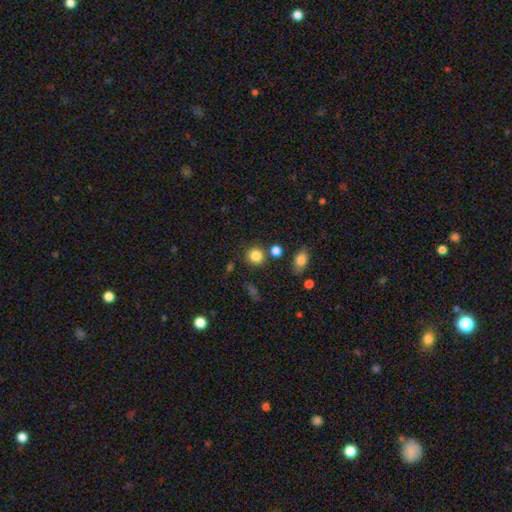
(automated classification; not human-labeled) Smooth or featured: smooth — 84% (star or artifact — 11%)
How rounded: round — 89% (in between — 10%)
Merging: none — 82% (minor disturbance — 9%)